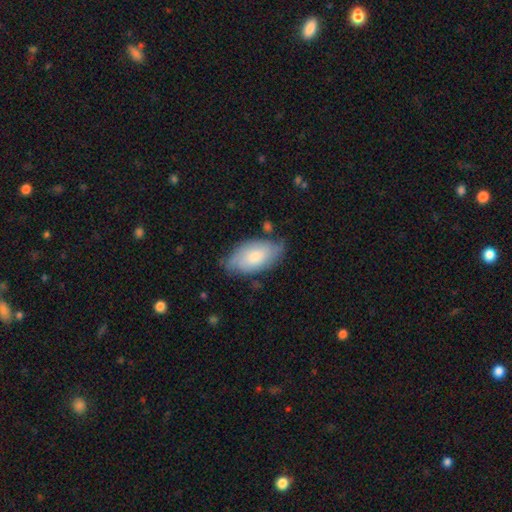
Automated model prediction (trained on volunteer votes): A smooth galaxy with no disk features (63%) that is in between round and cigar-shaped (94%).

Vote fractions:
- Smooth or featured? smooth: 63% / featured or disk: 31% / star or artifact: 6%
- How rounded? in between: 94% / cigar-shaped: 3% / round: 3%
- Merging? none: 65% / minor disturbance: 28% / major disturbance: 5% / merger: 2%